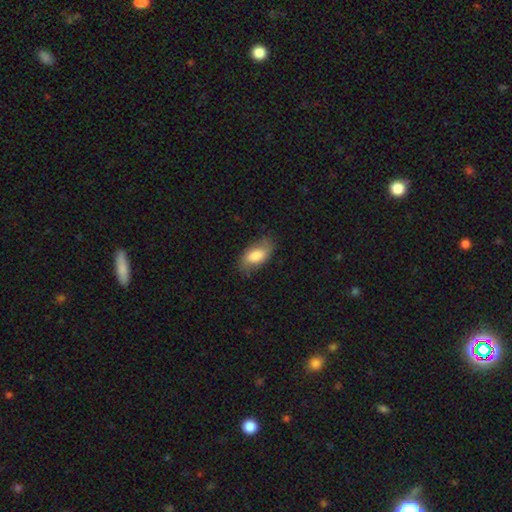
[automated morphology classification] Smooth or featured? Predicted: smooth (p=0.75). How rounded? Predicted: in between (p=0.91). Merging? Predicted: none (p=0.70).